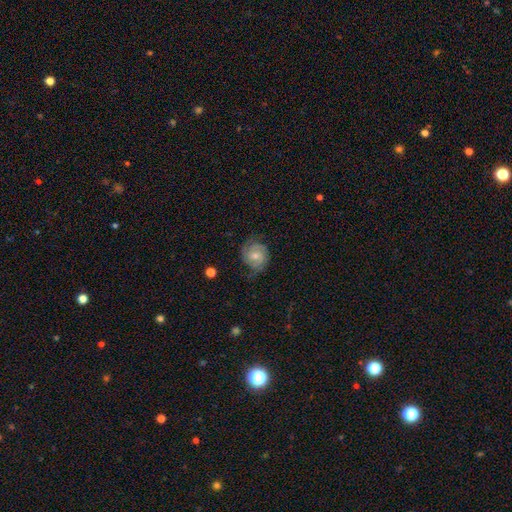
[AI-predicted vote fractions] Morphology: type=featured or disk (67%); edge-on=no (97%); bar=no (55%); spiral arms=yes (93%); winding=tight (49%); arm count=2 (67%); bulge=small (47%); merging=none (65%).